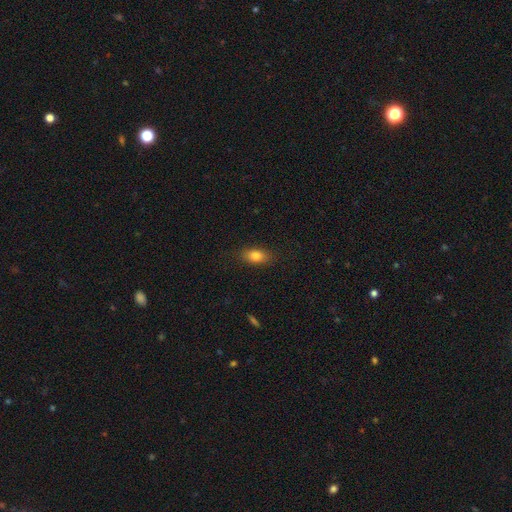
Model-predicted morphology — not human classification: This is clearly a smooth galaxy (81%). How rounded: clearly in between (83%). Merging: clearly none (85%).